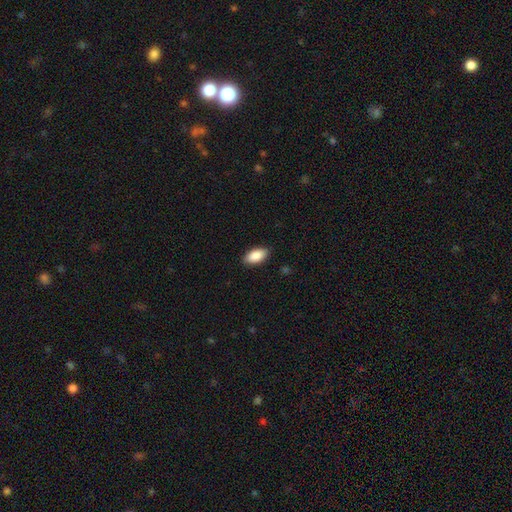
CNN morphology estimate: smooth 88%, star or artifact 6%, featured or disk 6%. Down the decision tree: how rounded — in between (92%); merging — none (88%).